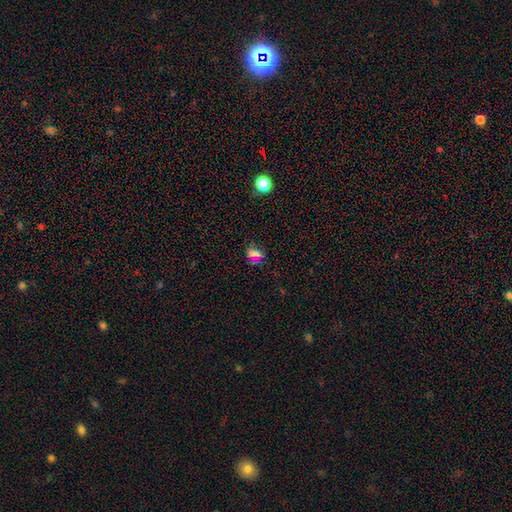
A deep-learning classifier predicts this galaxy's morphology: Smooth or featured?
  - smooth: 64% *
  - star or artifact: 26%
  - featured or disk: 10%
How rounded?
  - round: 50% *
  - in between: 46%
  - cigar-shaped: 4%
Merging?
  - none: 80% *
  - minor disturbance: 13%
  - major disturbance: 4%
  - merger: 2%